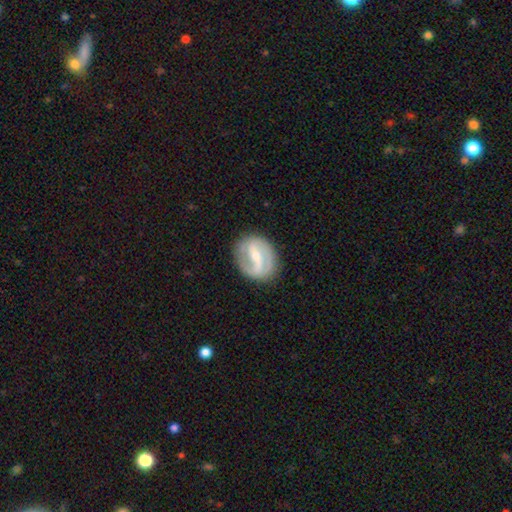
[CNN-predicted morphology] Smooth or featured?
  - featured or disk: 80% *
  - smooth: 15%
  - star or artifact: 5%
Edge-on disk?
  - no: 96% *
  - yes: 4%
Bar?
  - strong: 52% *
  - weak: 34%
  - no: 14%
Spiral arms?
  - yes: 83% *
  - no: 17%
Spiral winding?
  - medium: 45% *
  - tight: 30%
  - loose: 25%
Spiral arm count?
  - 2: 83% *
  - can't tell: 8%
  - 1: 5%
  - 3: 2%
  - 4: 1%
  - more than 4: 1%
Bulge size?
  - small: 54% *
  - moderate: 42%
  - large: 2%
  - none: 2%
  - dominant: 1%
Merging?
  - none: 81% *
  - minor disturbance: 13%
  - major disturbance: 5%
  - merger: 1%